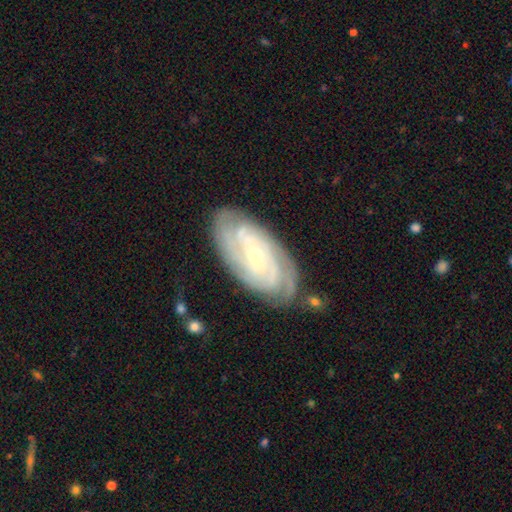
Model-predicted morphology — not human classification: A featured or disk galaxy (88%) with no bar (66%), 3 (27%) tight (77%) spiral arms (97%) and a small central bulge (67%).

Vote fractions:
- Smooth or featured? featured or disk: 88% / smooth: 7% / star or artifact: 5%
- Edge-on disk? no: 95% / yes: 5%
- Bar? no: 66% / weak: 25% / strong: 9%
- Spiral arms? yes: 97% / no: 3%
- Spiral winding? tight: 77% / medium: 20% / loose: 3%
- Spiral arm count? 3: 27% / 4: 22% / can't tell: 21% / 2: 18% / more than 4: 6% / 1: 5%
- Bulge size? small: 67% / moderate: 30% / large: 1% / none: 1% / dominant: 1%
- Merging? none: 78% / minor disturbance: 16% / major disturbance: 4% / merger: 2%